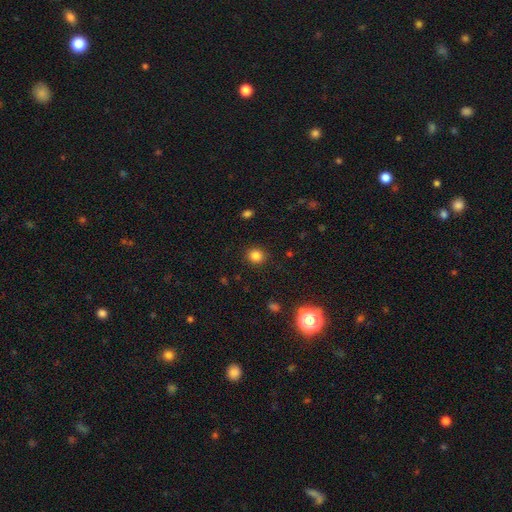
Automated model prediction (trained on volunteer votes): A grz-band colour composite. It shows a smooth galaxy with no disk features (83%) that is round (86%). Merging: none (90%).